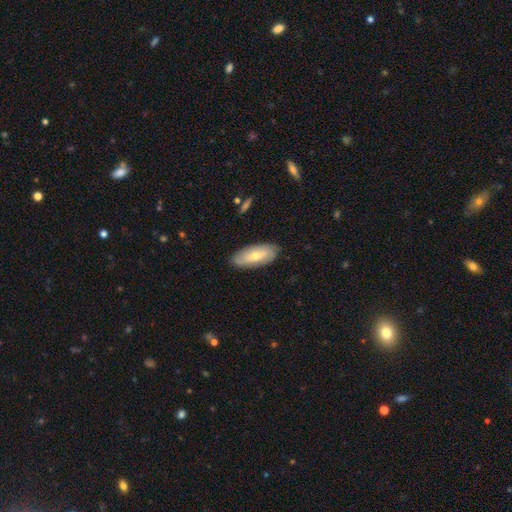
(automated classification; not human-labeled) Smooth or featured? Predicted: smooth (p=0.51). How rounded? Predicted: in between (p=0.78). Merging? Predicted: none (p=0.85).